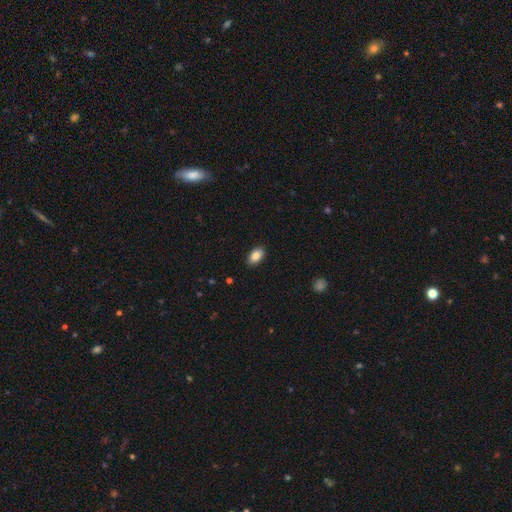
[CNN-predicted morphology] Smooth or featured: smooth — 87% (star or artifact — 8%)
How rounded: in between — 92% (round — 7%)
Merging: none — 89% (minor disturbance — 8%)